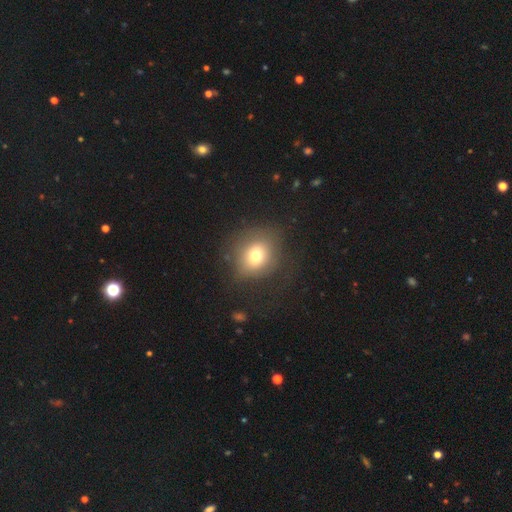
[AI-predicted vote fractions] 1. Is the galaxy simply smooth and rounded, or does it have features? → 72% smooth, 15% featured or disk, 13% star or artifact.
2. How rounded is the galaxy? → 76% round, 23% in between, 1% cigar-shaped.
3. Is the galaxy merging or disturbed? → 69% none, 17% minor disturbance, 13% major disturbance, 2% merger.